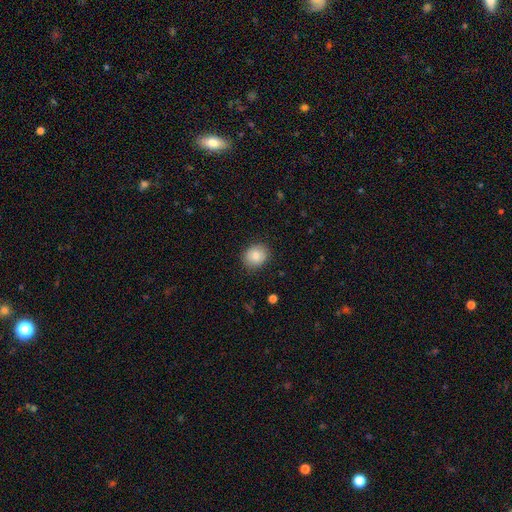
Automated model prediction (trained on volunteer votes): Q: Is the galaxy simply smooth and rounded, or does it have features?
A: smooth — 82%.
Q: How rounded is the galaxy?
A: round — 70%.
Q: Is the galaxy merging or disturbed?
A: none — 86%.